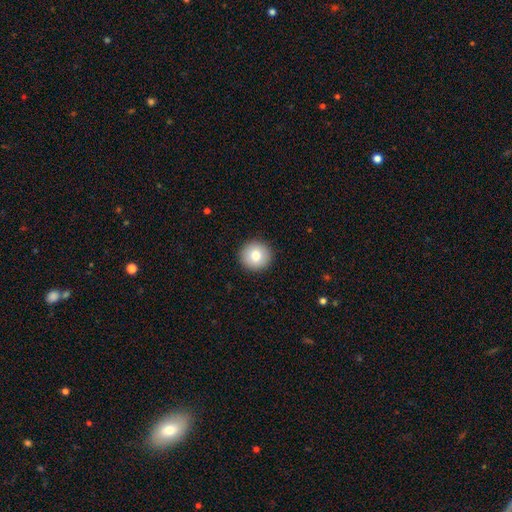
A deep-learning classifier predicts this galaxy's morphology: smooth_or_featured: smooth (p=0.82) [alt: featured or disk p=0.10]
how_rounded: round (p=0.94) [alt: in between p=0.05]
merging: none (p=0.93) [alt: minor disturbance p=0.05]